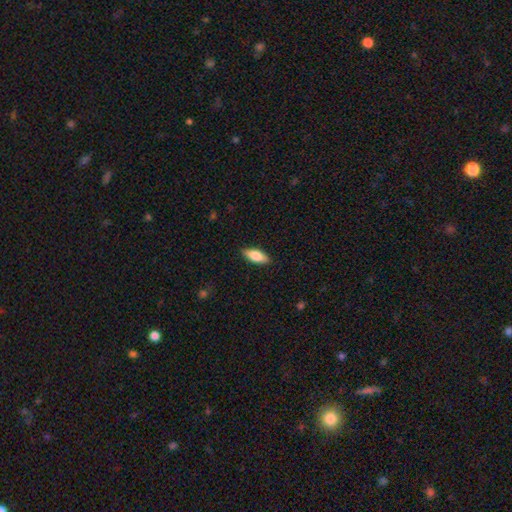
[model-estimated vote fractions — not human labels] The model was most divided on "how rounded": in between: 78%, cigar-shaped: 20%, round: 2%. More confident: merging — none (88%); smooth or featured — smooth (77%).